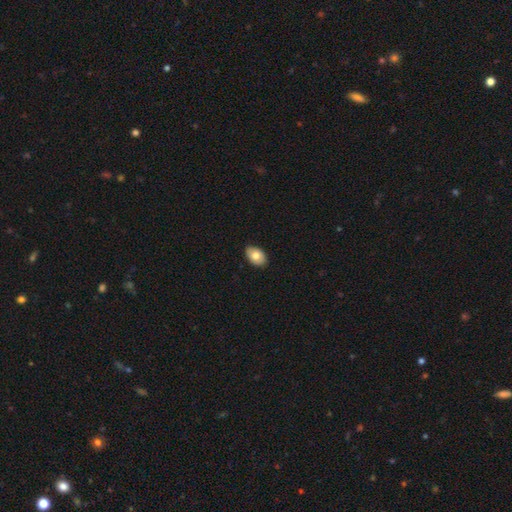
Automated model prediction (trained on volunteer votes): This is likely a smooth galaxy (75%). How rounded: clearly in between (87%). Merging: clearly none (87%).